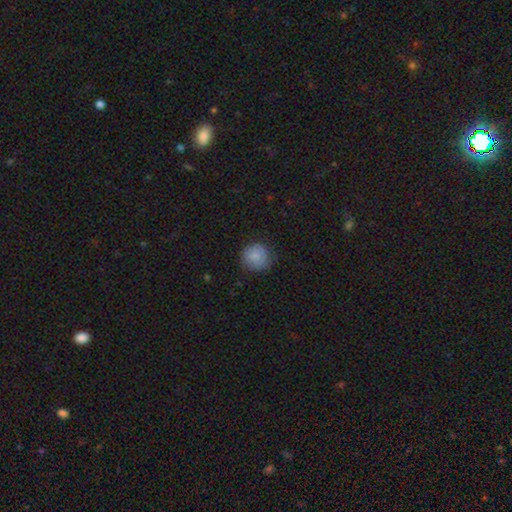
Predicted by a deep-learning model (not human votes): Smooth or featured? Predicted: smooth (p=0.82). How rounded? Predicted: round (p=0.90). Merging? Predicted: none (p=0.73).